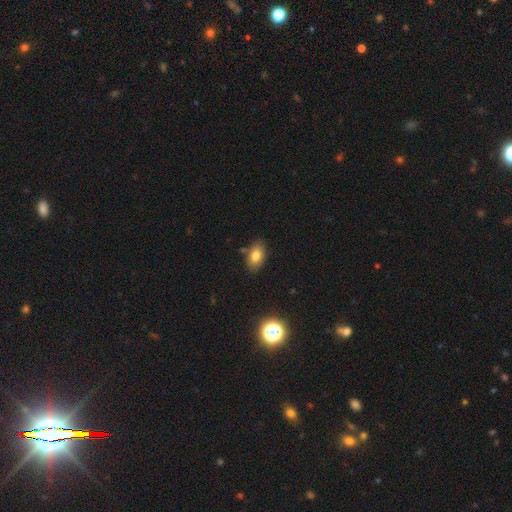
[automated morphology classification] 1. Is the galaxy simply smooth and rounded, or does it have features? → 78% smooth, 11% featured or disk, 11% star or artifact.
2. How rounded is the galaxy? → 88% in between, 10% round, 2% cigar-shaped.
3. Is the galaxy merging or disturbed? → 81% none, 13% minor disturbance, 4% merger, 3% major disturbance.